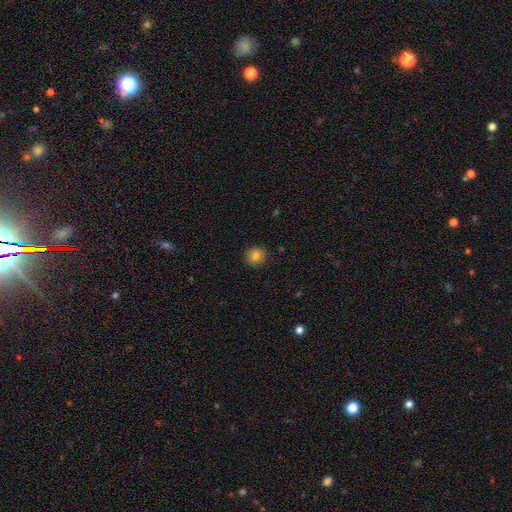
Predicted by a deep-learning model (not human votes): Morphology: type=smooth (83%); roundness=round (90%); merging=none (90%).